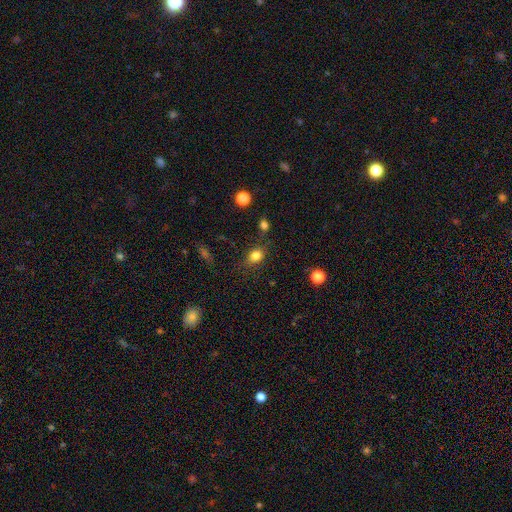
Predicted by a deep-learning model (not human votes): A smooth galaxy with no disk features (81%) that is in between round and cigar-shaped (56%). Merging: none (75%).